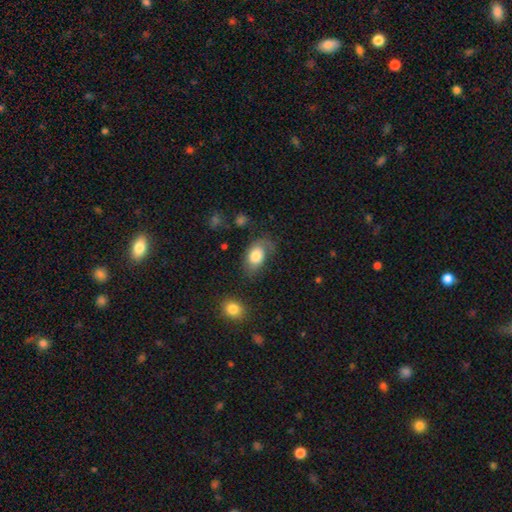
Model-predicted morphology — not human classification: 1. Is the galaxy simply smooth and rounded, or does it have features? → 73% smooth, 19% featured or disk, 8% star or artifact.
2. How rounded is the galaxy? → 84% in between, 14% round, 1% cigar-shaped.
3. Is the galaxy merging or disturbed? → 53% none, 27% minor disturbance, 17% major disturbance, 3% merger.